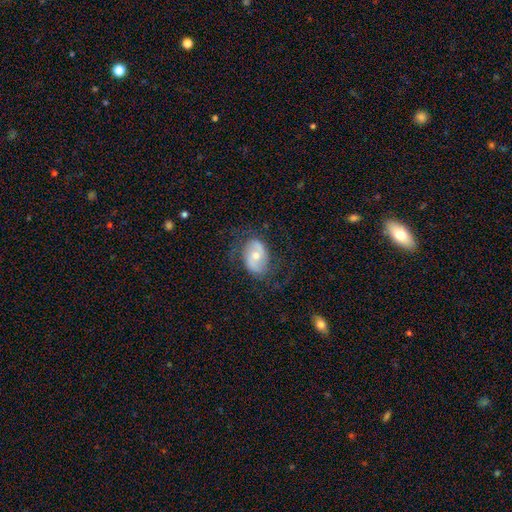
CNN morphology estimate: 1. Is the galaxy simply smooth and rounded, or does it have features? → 62% featured or disk, 31% smooth, 7% star or artifact.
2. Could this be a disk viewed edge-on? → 96% no, 4% yes.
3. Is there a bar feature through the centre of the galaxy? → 57% no, 31% weak, 11% strong.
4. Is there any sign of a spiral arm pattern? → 80% yes, 20% no.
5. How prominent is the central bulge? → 59% moderate, 35% small, 3% large, 1% none, 1% dominant.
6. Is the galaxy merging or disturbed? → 66% none, 20% minor disturbance, 13% major disturbance, 1% merger.